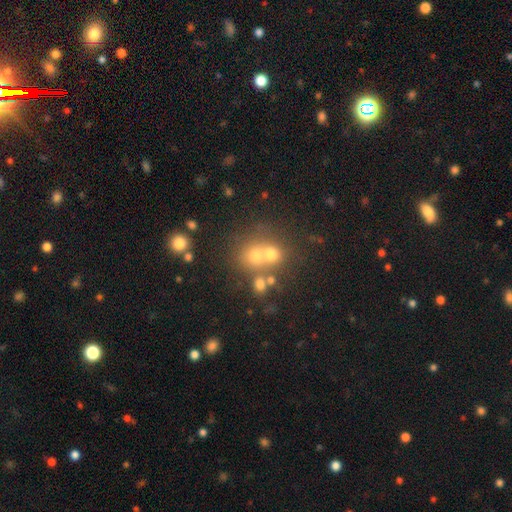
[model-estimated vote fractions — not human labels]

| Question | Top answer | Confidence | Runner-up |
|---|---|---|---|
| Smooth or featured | smooth | 64% | featured or disk (18%) |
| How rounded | round | 75% | in between (24%) |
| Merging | merger | 52% | none (36%) |